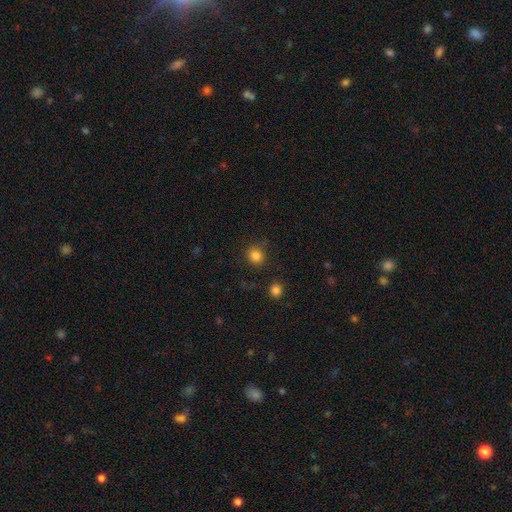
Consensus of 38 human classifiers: smooth_or_featured: smooth (p=0.89) [alt: star or artifact p=0.08]
how_rounded: round (p=0.97) [alt: in between p=0.03]
merging: none (p=0.89) [alt: minor disturbance p=0.06]